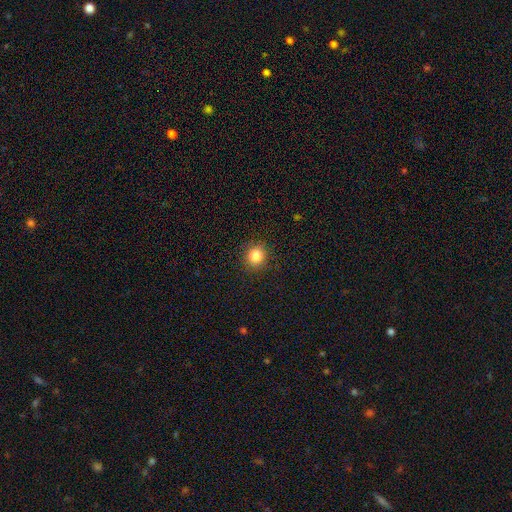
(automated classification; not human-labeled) This is clearly a smooth galaxy (84%). How rounded: clearly round (87%). Merging: clearly none (90%).